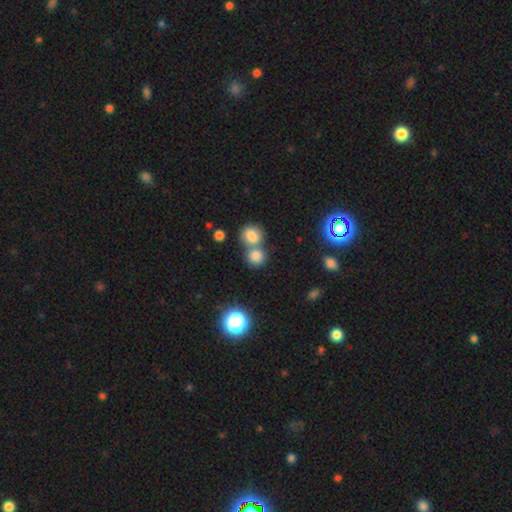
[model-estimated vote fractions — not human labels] Smooth or featured? Predicted: smooth (p=0.77). How rounded? Predicted: round (p=0.81). Merging? Predicted: none (p=0.46).